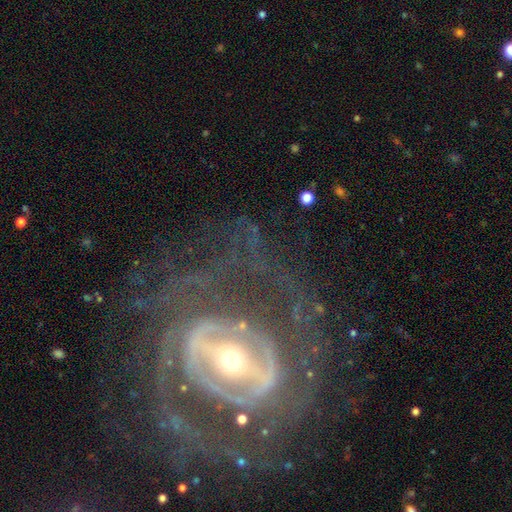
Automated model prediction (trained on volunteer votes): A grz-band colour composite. It shows a featured or disk galaxy (87%) with a strong bar (63%), tight (59%) spiral arms (83%) and a moderate central bulge (48%). Merging: none (66%).